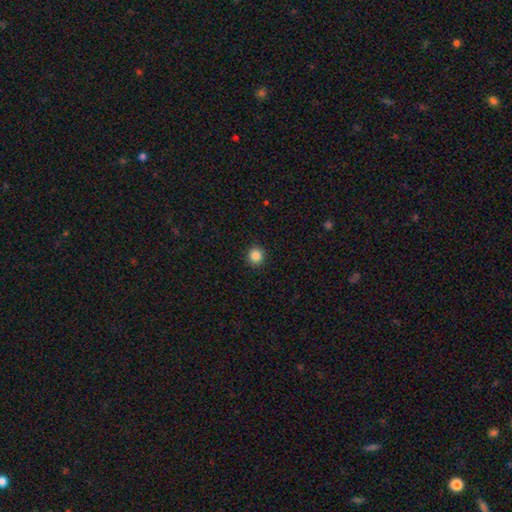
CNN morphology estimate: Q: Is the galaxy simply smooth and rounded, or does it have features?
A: smooth — 86%.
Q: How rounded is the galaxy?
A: round — 93%.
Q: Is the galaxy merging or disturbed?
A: none — 92%.